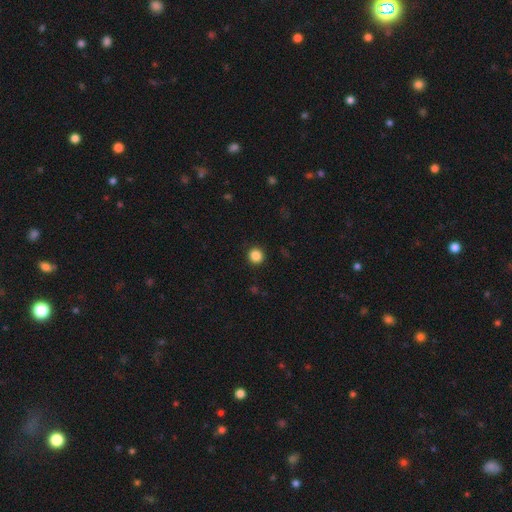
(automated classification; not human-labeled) Smooth or featured? smooth (86%)
How rounded? round (95%)
Merging? none (93%)